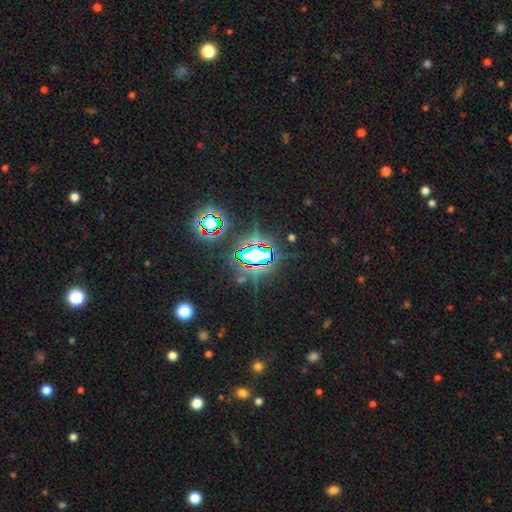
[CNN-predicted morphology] A star or artifact, not a galaxy (76%).

Vote fractions:
- Smooth or featured? star or artifact: 76% / featured or disk: 12% / smooth: 12%